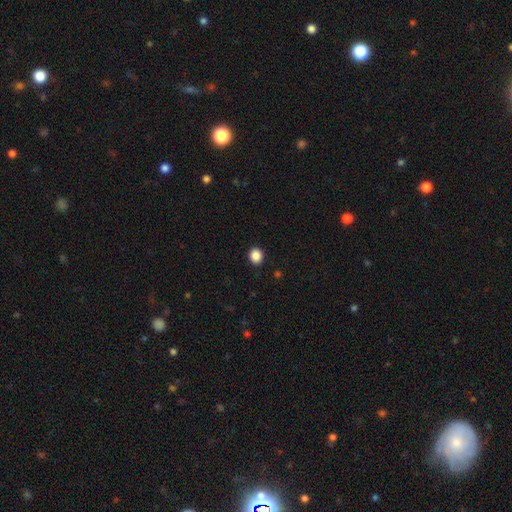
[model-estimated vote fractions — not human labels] This appears to be a smooth galaxy with no disk features (88%) that is round (81%). Merging: none (92%).